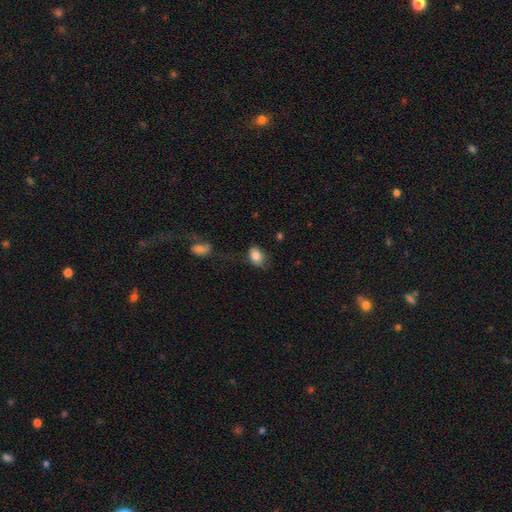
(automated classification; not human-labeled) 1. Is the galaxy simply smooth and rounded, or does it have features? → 83% smooth, 9% featured or disk, 8% star or artifact.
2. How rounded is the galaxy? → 77% in between, 22% round, 1% cigar-shaped.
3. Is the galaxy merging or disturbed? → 64% none, 24% minor disturbance, 9% major disturbance, 3% merger.